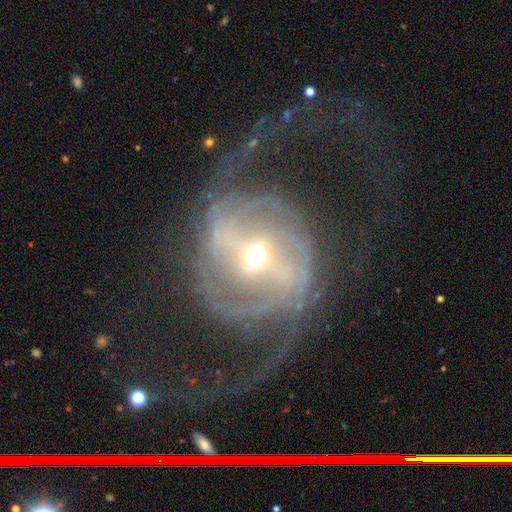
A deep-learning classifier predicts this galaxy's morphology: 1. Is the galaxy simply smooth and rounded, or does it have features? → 87% featured or disk, 7% smooth, 6% star or artifact.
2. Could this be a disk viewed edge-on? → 97% no, 3% yes.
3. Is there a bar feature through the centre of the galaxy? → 45% weak, 34% strong, 21% no.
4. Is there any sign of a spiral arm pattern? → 93% yes, 7% no.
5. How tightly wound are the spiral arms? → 42% medium, 33% tight, 26% loose.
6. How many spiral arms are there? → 60% 2, 16% can't tell, 9% 3, 5% 1, 5% 4, 4% more than 4.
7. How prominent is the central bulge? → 62% moderate, 30% small, 5% large, 1% dominant, 1% none.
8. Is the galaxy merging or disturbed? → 59% none, 20% major disturbance, 19% minor disturbance, 3% merger.